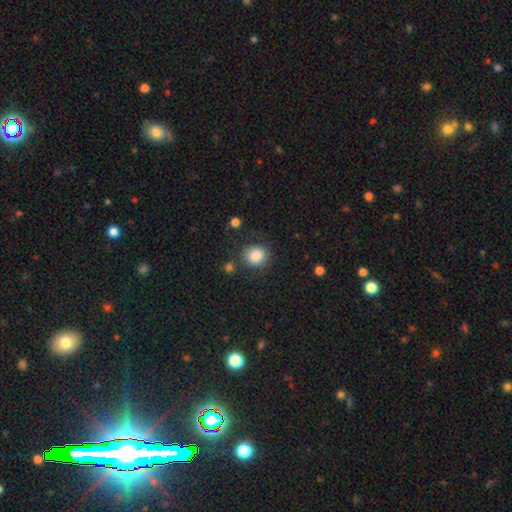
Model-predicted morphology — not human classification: A smooth galaxy with no disk features (86%) that is round (74%). Merging: none (77%).